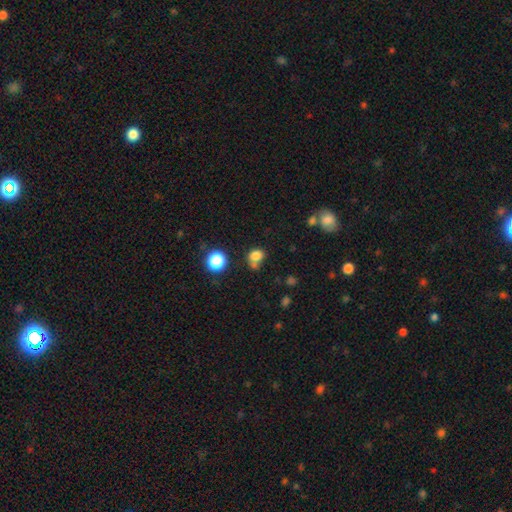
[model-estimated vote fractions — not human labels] A smooth galaxy with no disk features (79%) that is round (63%). Merging: none (51%).